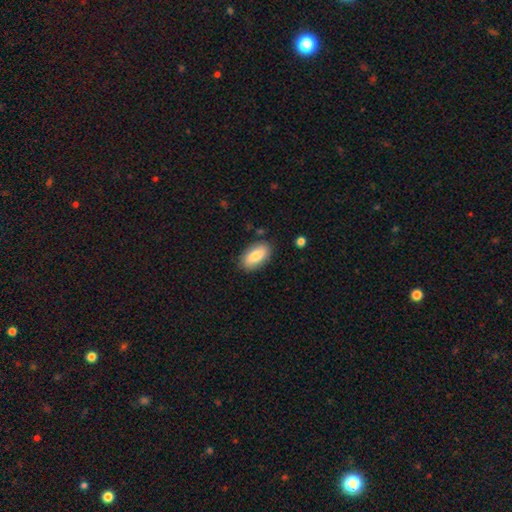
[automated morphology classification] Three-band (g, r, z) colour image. It shows a smooth galaxy with no disk features (82%) that is in between round and cigar-shaped (92%). Merging: none (85%).